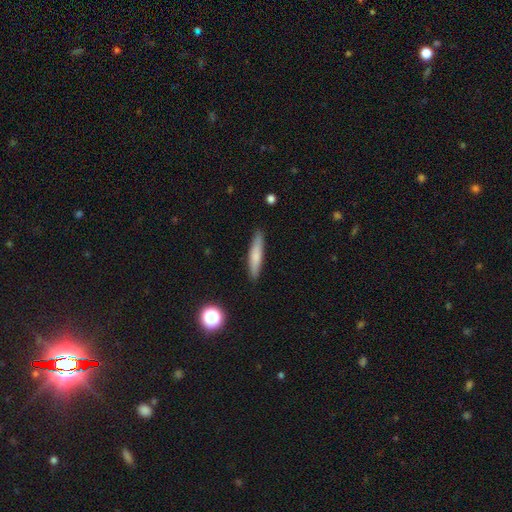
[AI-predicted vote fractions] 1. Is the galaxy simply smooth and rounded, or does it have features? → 72% smooth, 21% featured or disk, 7% star or artifact.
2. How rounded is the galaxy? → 87% cigar-shaped, 11% in between, 2% round.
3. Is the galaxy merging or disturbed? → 88% none, 9% minor disturbance, 2% major disturbance, 1% merger.